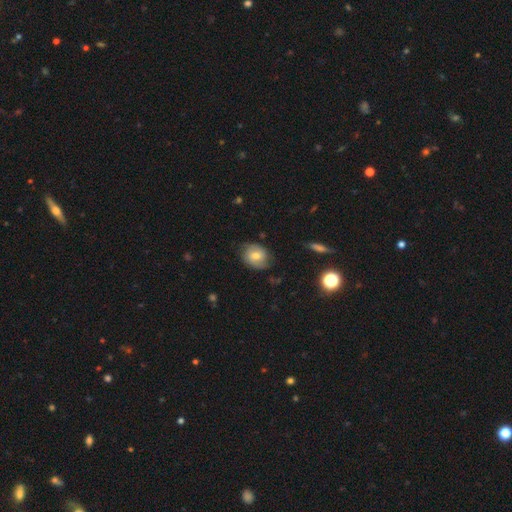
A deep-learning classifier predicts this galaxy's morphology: This appears to be a smooth galaxy with no disk features (51%) that is round (58%). Merging: none (70%).